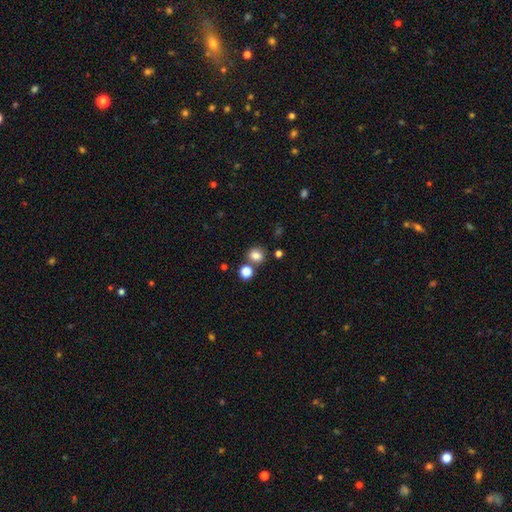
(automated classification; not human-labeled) Smooth or featured: smooth — 81% (star or artifact — 13%)
How rounded: round — 78% (in between — 21%)
Merging: none — 74% (merger — 14%)